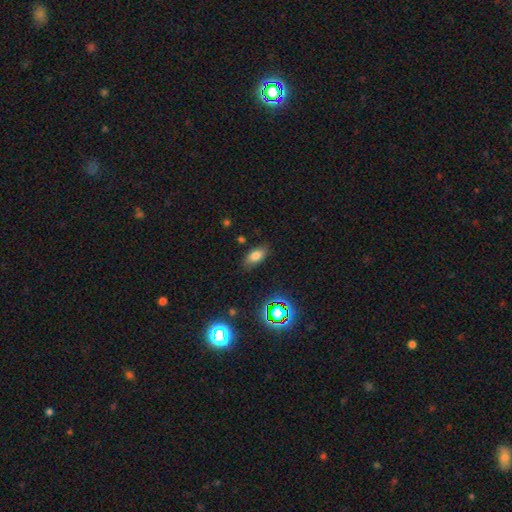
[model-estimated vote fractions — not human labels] Smooth or featured?
  - smooth: 75% *
  - star or artifact: 15%
  - featured or disk: 10%
How rounded?
  - in between: 88% *
  - round: 6%
  - cigar-shaped: 5%
Merging?
  - none: 82% *
  - minor disturbance: 13%
  - major disturbance: 3%
  - merger: 2%